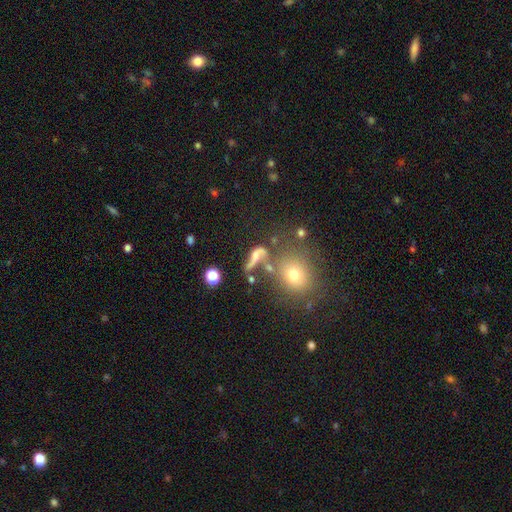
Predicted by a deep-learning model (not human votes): This is marginally a featured or disk galaxy (45%). Merging: marginally none (34%).